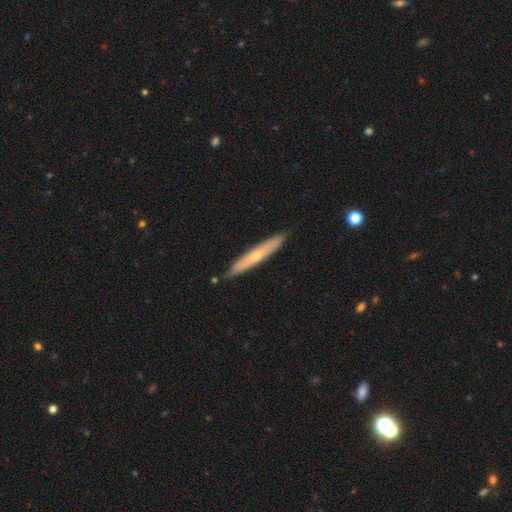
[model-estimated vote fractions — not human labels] featured or disk 50%, smooth 44%, star or artifact 6%. Down the decision tree: merging — none (87%).